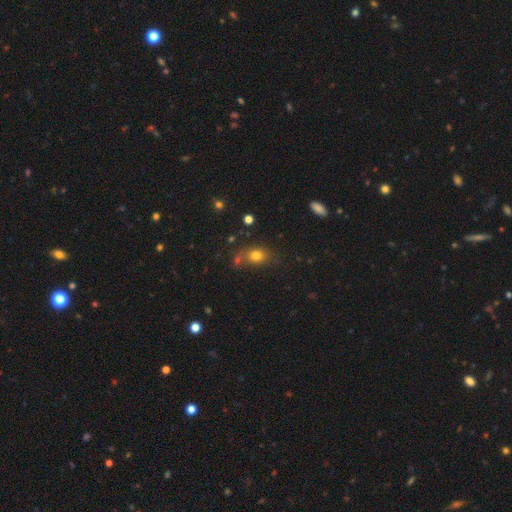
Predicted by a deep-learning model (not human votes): Q: Smooth or featured?
A: smooth (76%); runner-up: star or artifact (14%)
Q: How rounded?
A: in between (52%); runner-up: round (46%)
Q: Merging?
A: none (58%); runner-up: minor disturbance (17%)